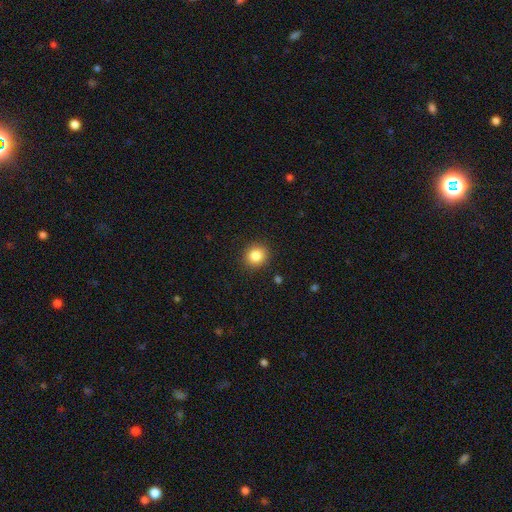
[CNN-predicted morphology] A smooth galaxy with no disk features (85%) that is round (85%).

Vote fractions:
- Smooth or featured? smooth: 85% / star or artifact: 10% / featured or disk: 5%
- How rounded? round: 85% / in between: 14% / cigar-shaped: 1%
- Merging? none: 90% / minor disturbance: 7% / major disturbance: 2% / merger: 1%